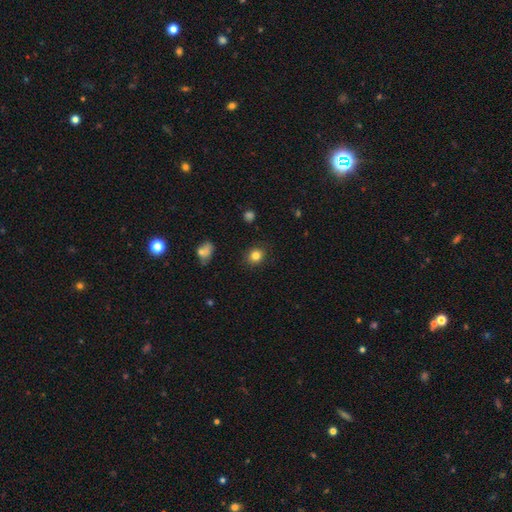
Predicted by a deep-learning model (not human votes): Smooth or featured? smooth (83%)
How rounded? round (76%)
Merging? none (88%)